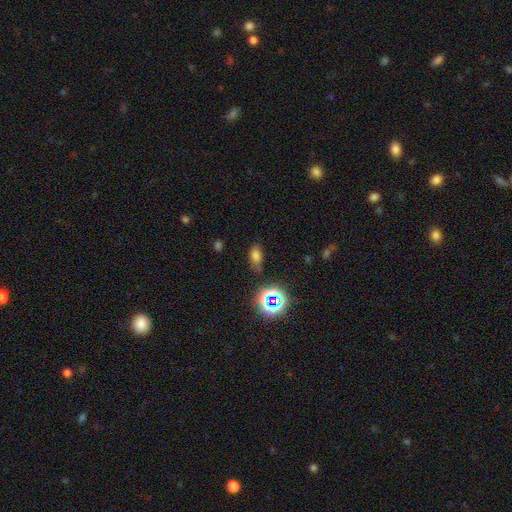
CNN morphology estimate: type=smooth (66%); roundness=in between (84%); merging=none (67%).